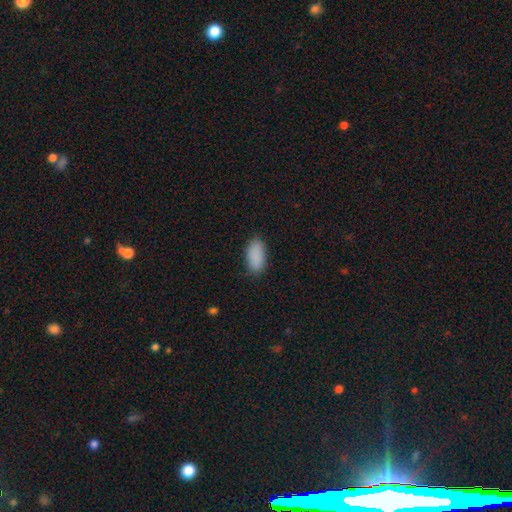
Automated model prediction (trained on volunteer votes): This appears to be a smooth galaxy with no disk features (89%) that is in between round and cigar-shaped (92%). Merging: none (84%).